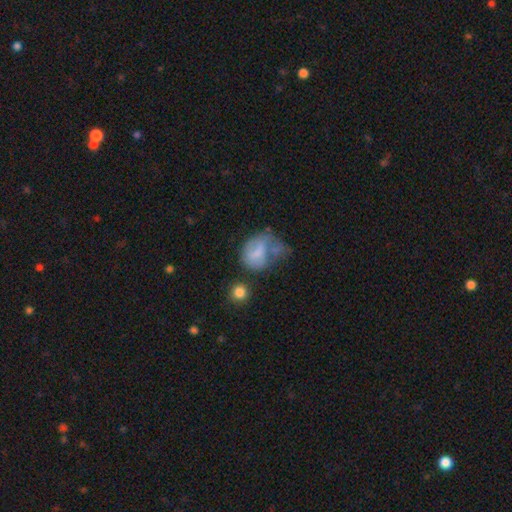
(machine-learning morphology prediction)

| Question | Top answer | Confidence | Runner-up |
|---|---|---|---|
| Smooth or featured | smooth | 55% | featured or disk (33%) |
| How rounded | in between | 60% | round (38%) |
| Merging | major disturbance | 32% | minor disturbance (26%) |